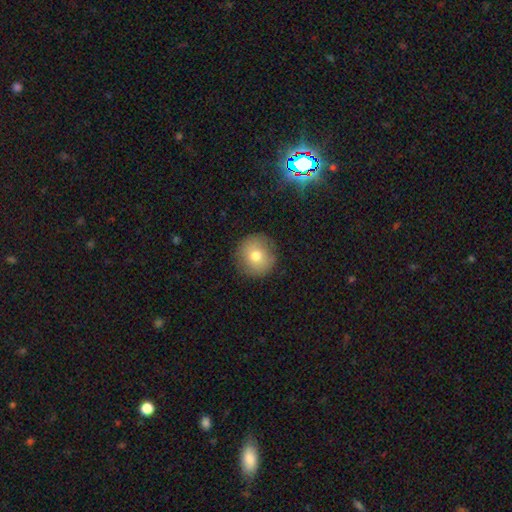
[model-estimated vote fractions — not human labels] Smooth or featured?
  - smooth: 74% *
  - featured or disk: 15%
  - star or artifact: 10%
How rounded?
  - round: 93% *
  - in between: 6%
  - cigar-shaped: 1%
Merging?
  - none: 88% *
  - minor disturbance: 9%
  - major disturbance: 3%
  - merger: 1%